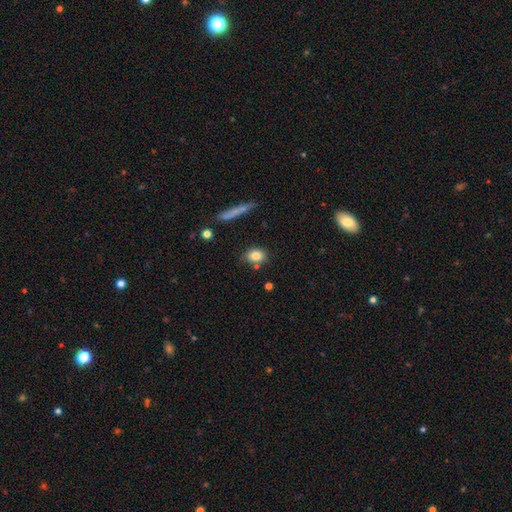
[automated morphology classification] Q: Smooth or featured?
A: smooth (82%); runner-up: featured or disk (9%)
Q: How rounded?
A: in between (66%); runner-up: round (30%)
Q: Merging?
A: none (73%); runner-up: minor disturbance (15%)